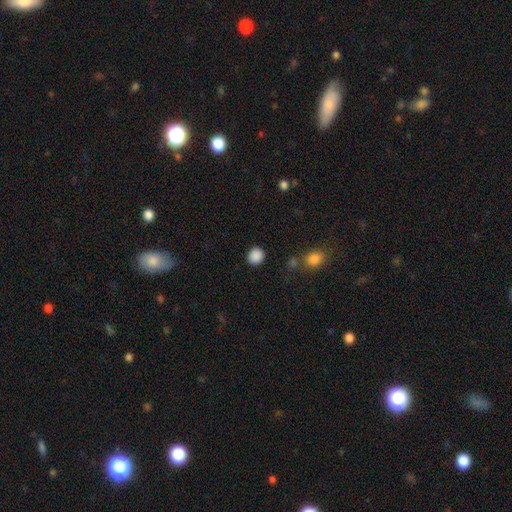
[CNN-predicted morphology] This is clearly a smooth galaxy (88%). How rounded: clearly round (84%). Merging: clearly none (88%).